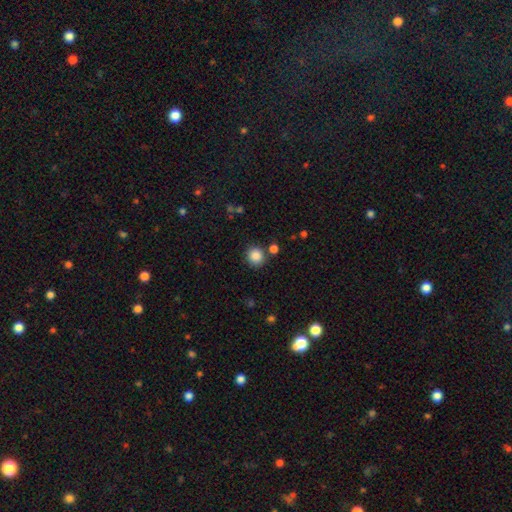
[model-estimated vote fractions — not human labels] A smooth galaxy with no disk features (87%) that is round (89%).

Vote fractions:
- Smooth or featured? smooth: 87% / star or artifact: 10% / featured or disk: 3%
- How rounded? round: 89% / in between: 10% / cigar-shaped: 1%
- Merging? none: 81% / minor disturbance: 9% / merger: 7% / major disturbance: 3%